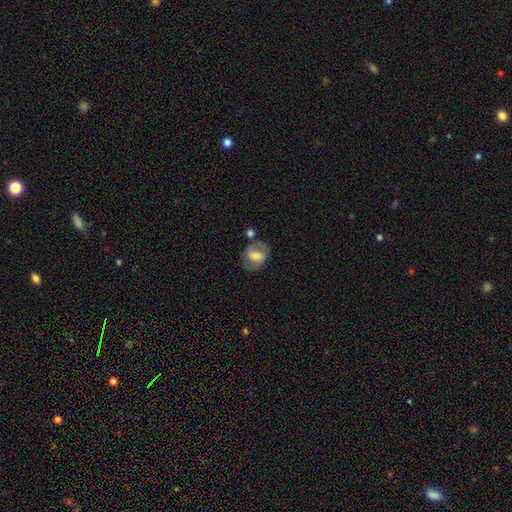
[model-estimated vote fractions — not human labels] Smooth or featured?
  - featured or disk: 46% * (tied)
  - smooth: 46% * (tied)
  - star or artifact: 8%
Merging?
  - none: 62% *
  - minor disturbance: 18%
  - merger: 10%
  - major disturbance: 10%